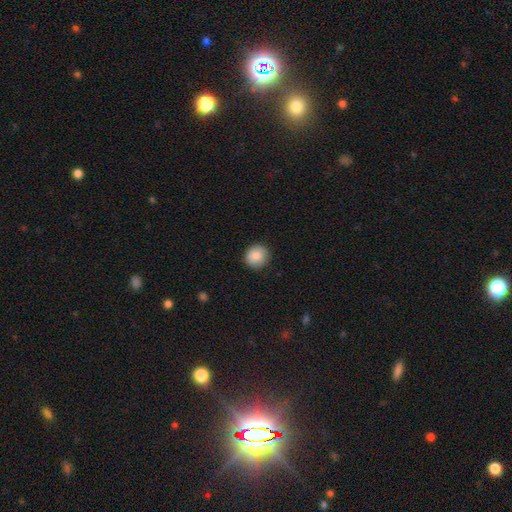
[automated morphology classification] The model was most divided on "smooth or featured": smooth: 86%, star or artifact: 8%, featured or disk: 6%. More confident: how rounded — round (90%); merging — none (89%).